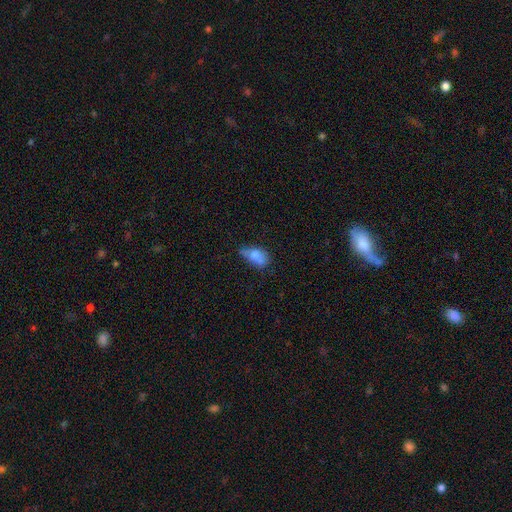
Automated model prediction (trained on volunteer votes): smooth-or-featured: smooth: 66% | featured or disk: 23% | star or artifact: 10%
  how-rounded: in between: 82% | round: 13% | cigar-shaped: 4%
  merging: none: 34% | minor disturbance: 29% | merger: 22% | major disturbance: 16%